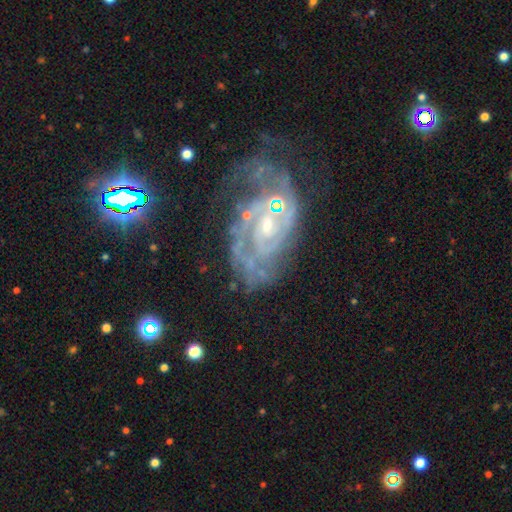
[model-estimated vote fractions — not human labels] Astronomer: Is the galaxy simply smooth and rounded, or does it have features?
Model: featured or disk — 86%.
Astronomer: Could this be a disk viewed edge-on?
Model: no — 97%.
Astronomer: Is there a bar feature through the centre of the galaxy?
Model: no — 50% (runner-up: weak, 39%).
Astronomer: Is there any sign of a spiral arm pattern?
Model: yes — 94%.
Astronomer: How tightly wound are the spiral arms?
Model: tight — 57% (runner-up: medium, 35%).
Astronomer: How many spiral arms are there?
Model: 2 — 42% (runner-up: can't tell, 29%).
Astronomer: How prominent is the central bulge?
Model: small — 65%.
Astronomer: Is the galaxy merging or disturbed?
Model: none — 47% (runner-up: minor disturbance, 24%).